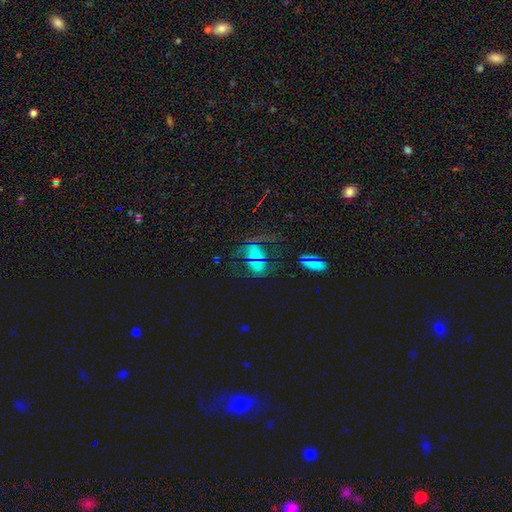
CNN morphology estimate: Q: Smooth or featured?
A: featured or disk (41%); runner-up: smooth (30%)
Q: Merging?
A: none (49%); runner-up: major disturbance (23%)